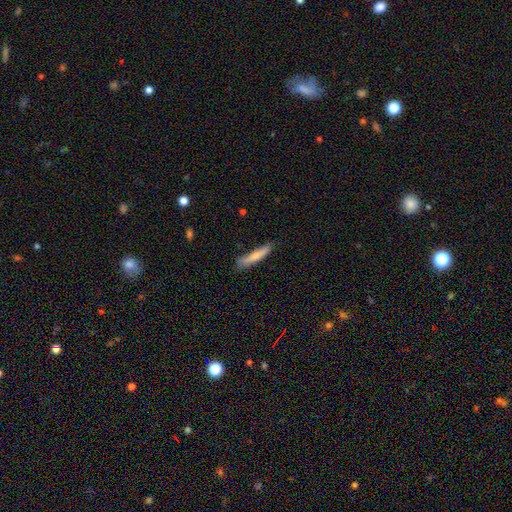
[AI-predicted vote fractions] smooth 68%, featured or disk 26%, star or artifact 6%. Down the decision tree: how rounded — cigar-shaped (91%); merging — none (72%).